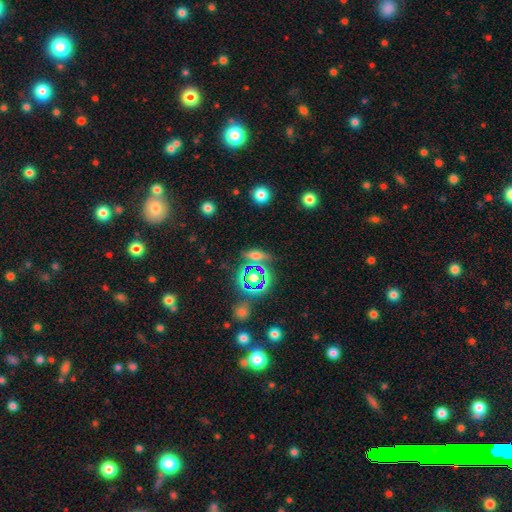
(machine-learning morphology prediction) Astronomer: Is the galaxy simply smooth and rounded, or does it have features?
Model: smooth — 44% (runner-up: star or artifact, 35%).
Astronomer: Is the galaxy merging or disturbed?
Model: none — 76%.